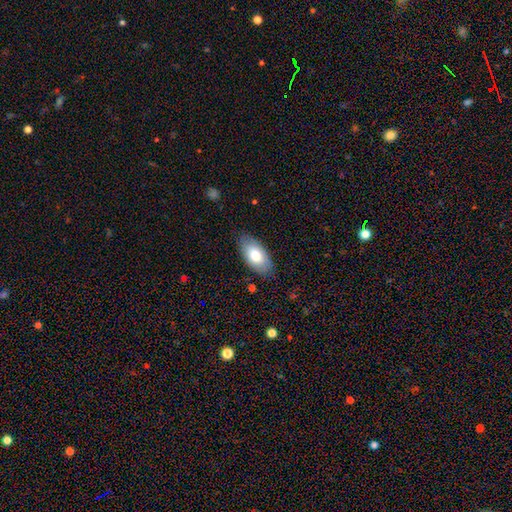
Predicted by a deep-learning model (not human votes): Q: Smooth or featured?
A: smooth (73%); runner-up: featured or disk (20%)
Q: How rounded?
A: in between (94%); runner-up: cigar-shaped (4%)
Q: Merging?
A: none (83%); runner-up: minor disturbance (13%)